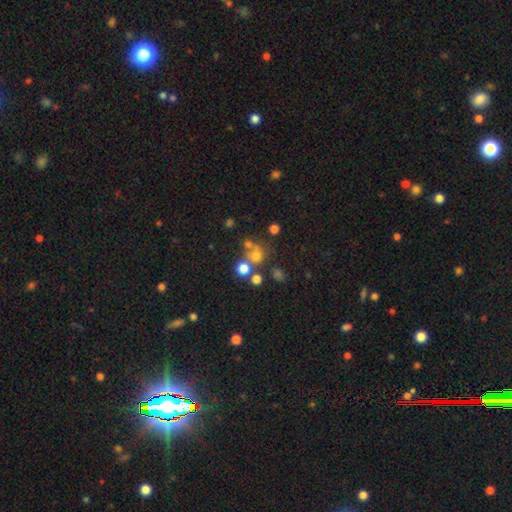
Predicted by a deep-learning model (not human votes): Smooth or featured? smooth (63%)
How rounded? round (87%)
Merging? none (58%)